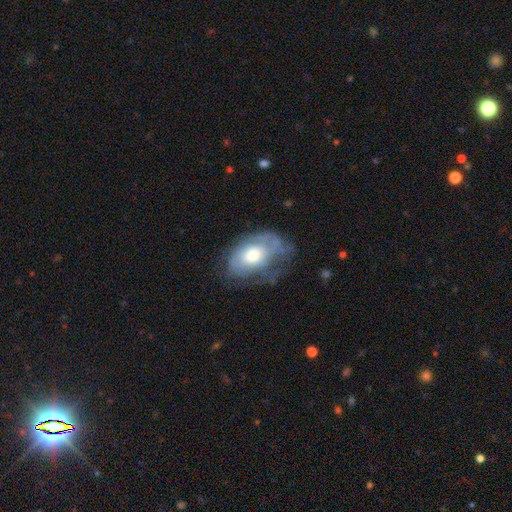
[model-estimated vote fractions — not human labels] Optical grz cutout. It shows a featured or disk galaxy (57%) with no bar (81%), spiral arms (60%) and a moderate central bulge (61%). Merging: none (46%).